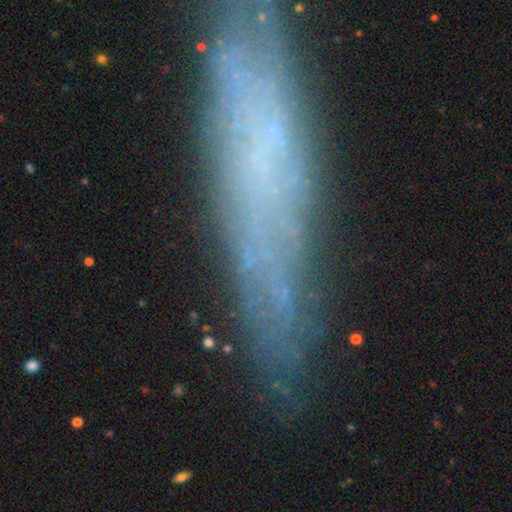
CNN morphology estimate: This is marginally a featured or disk galaxy (40%). Merging: likely none (79%).